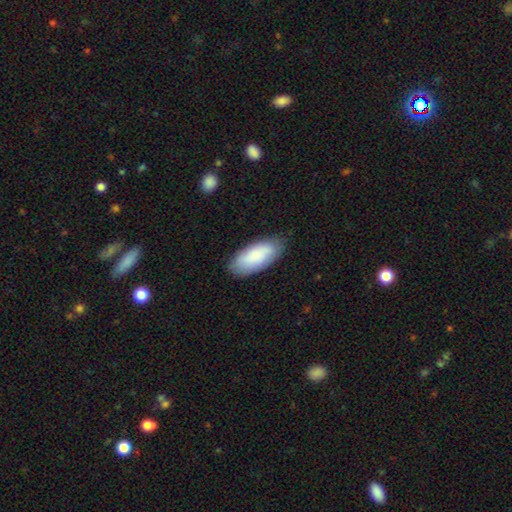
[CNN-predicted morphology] Overall: smooth (85%). How rounded: in between (88%). Merging: none (82%).